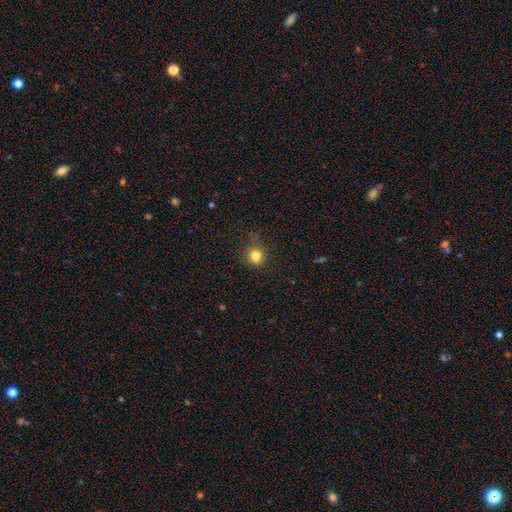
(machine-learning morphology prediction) Smooth or featured?
  - smooth: 81% *
  - star or artifact: 13%
  - featured or disk: 6%
How rounded?
  - round: 78% *
  - in between: 21%
  - cigar-shaped: 1%
Merging?
  - none: 75% *
  - minor disturbance: 17%
  - major disturbance: 5%
  - merger: 2%